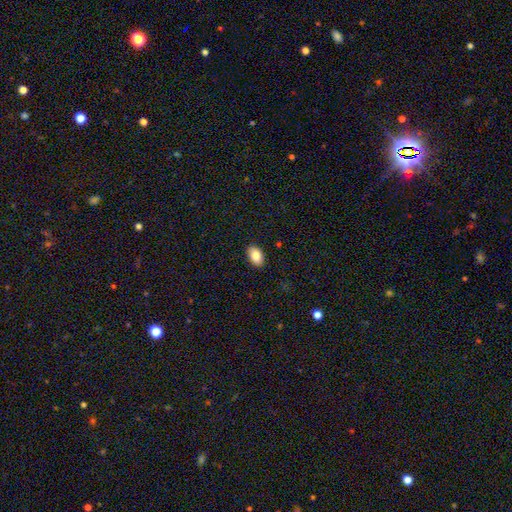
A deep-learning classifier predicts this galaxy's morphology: smooth 85%, featured or disk 8%, star or artifact 7%. Down the decision tree: how rounded — in between (91%); merging — none (90%).